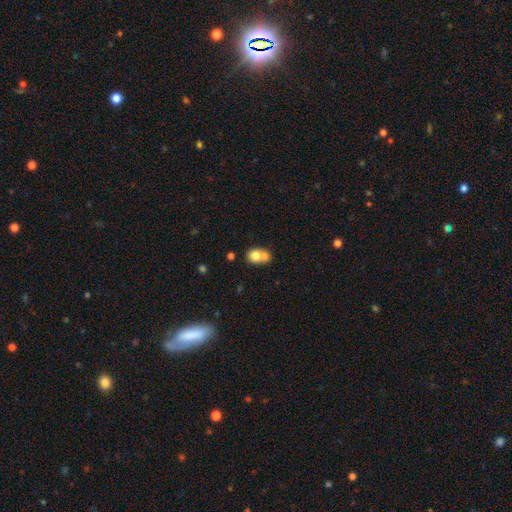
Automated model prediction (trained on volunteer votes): Morphology: type=smooth (74%); roundness=round (56%); merging=merger (60%).